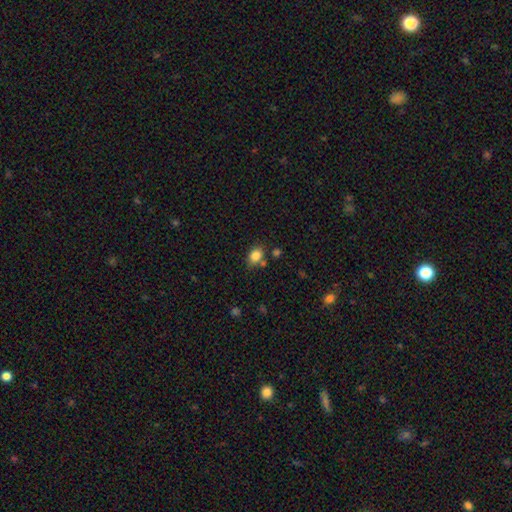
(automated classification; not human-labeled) This is clearly a smooth galaxy (84%). How rounded: likely in between (68%). Merging: likely none (70%).